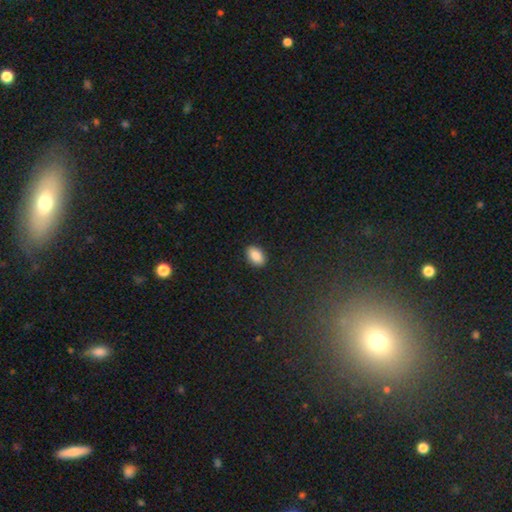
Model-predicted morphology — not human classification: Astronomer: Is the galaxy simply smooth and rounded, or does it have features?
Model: smooth — 88%.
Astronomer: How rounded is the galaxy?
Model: in between — 90%.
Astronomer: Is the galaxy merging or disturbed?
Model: none — 89%.